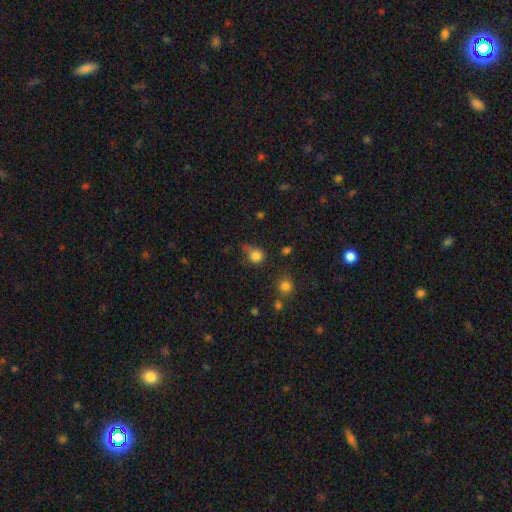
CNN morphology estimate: Overall: smooth (81%). How rounded: round (83%). Merging: none (49%; minor disturbance 31%).